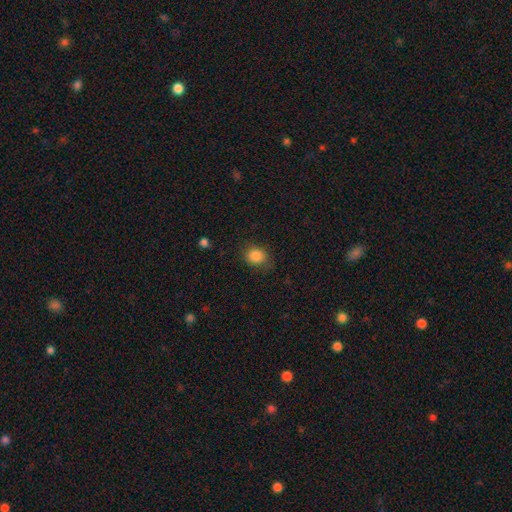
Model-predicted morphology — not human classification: Q: Smooth or featured?
A: smooth (85%); runner-up: star or artifact (10%)
Q: How rounded?
A: round (62%); runner-up: in between (37%)
Q: Merging?
A: none (77%); runner-up: minor disturbance (17%)